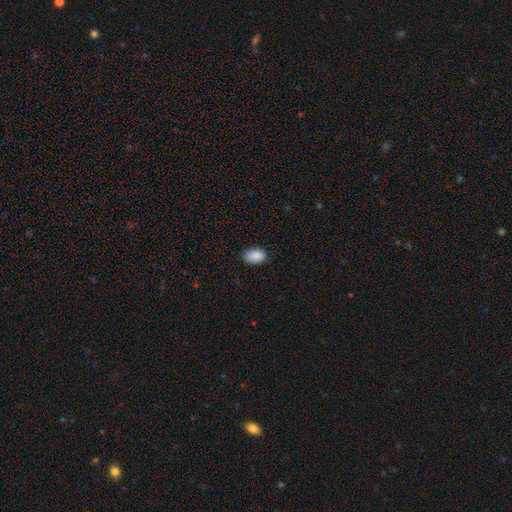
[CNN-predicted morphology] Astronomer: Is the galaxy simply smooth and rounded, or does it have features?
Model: smooth — 87%.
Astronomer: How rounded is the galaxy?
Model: in between — 87%.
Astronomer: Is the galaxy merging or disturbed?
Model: none — 78%.